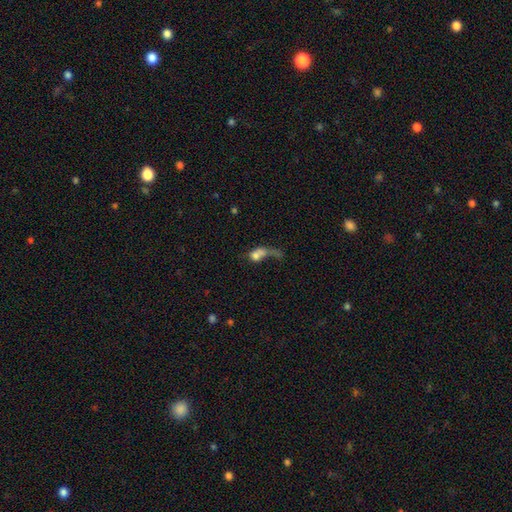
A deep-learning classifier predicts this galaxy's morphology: smooth_or_featured: smooth (p=0.58) [alt: featured or disk p=0.29]
how_rounded: in between (p=0.50) [alt: round p=0.42]
merging: major disturbance (p=0.41) [alt: merger p=0.33]